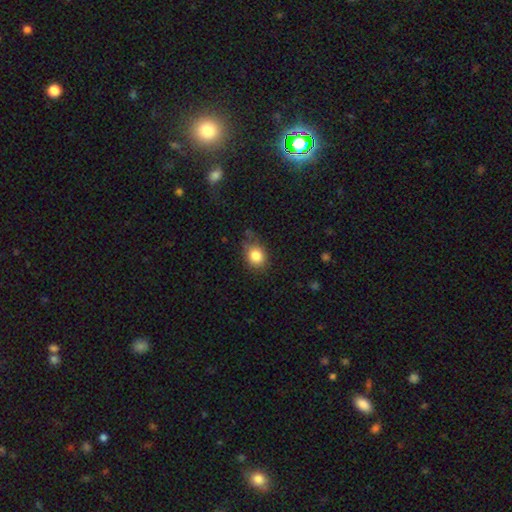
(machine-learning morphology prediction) Smooth or featured: smooth — 84% (star or artifact — 10%)
How rounded: round — 61% (in between — 38%)
Merging: none — 67% (minor disturbance — 24%)